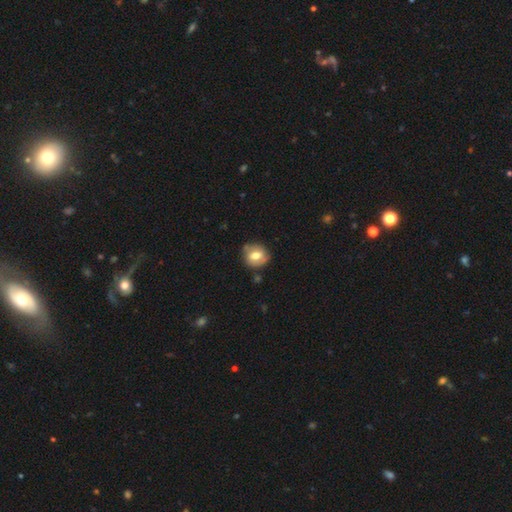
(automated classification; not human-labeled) smooth_or_featured: smooth (p=0.61) [alt: featured or disk p=0.31]
how_rounded: round (p=0.74) [alt: in between p=0.25]
merging: none (p=0.73) [alt: minor disturbance p=0.19]